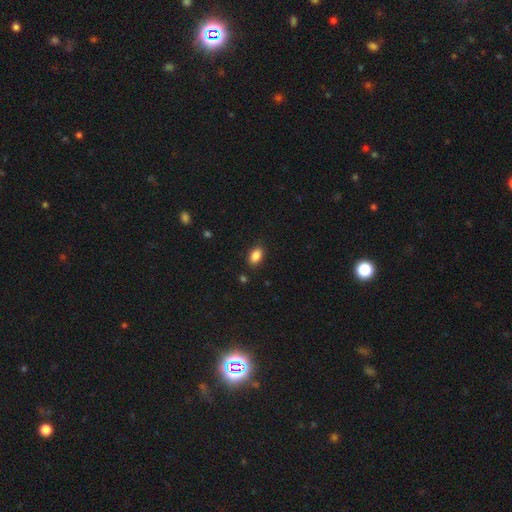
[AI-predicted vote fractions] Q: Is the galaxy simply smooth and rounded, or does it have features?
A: smooth — 87%.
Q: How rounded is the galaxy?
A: in between — 89%.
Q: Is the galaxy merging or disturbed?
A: none — 87%.